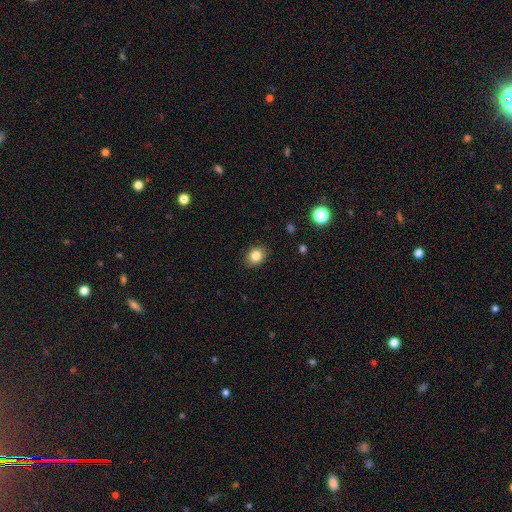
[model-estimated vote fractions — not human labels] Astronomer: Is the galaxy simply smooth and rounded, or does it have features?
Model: smooth — 83%.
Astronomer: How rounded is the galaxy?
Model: round — 57% (runner-up: in between, 42%).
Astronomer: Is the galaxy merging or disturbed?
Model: none — 89%.